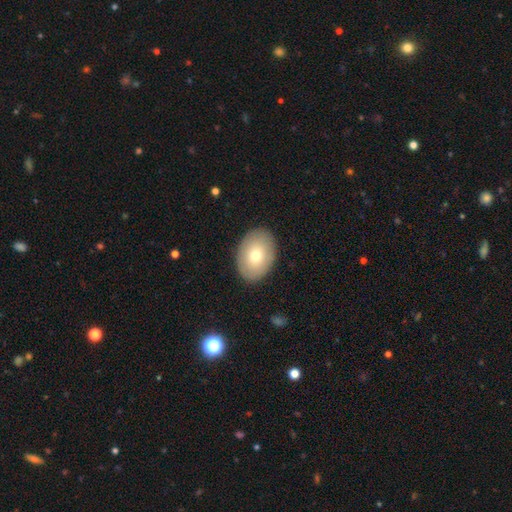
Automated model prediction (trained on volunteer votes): This appears to be a smooth galaxy with no disk features (71%) that is in between round and cigar-shaped (79%). Merging: none (88%).